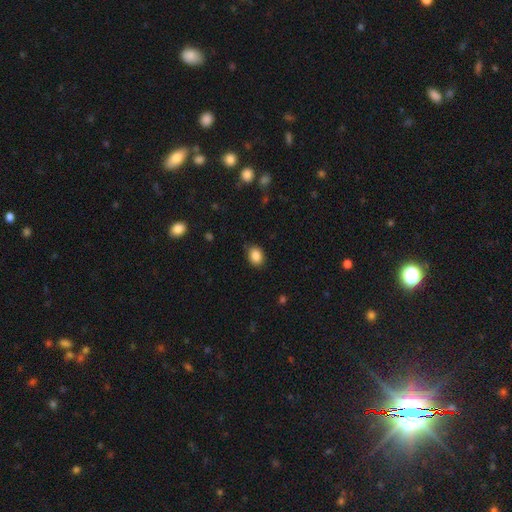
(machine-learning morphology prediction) The model was most divided on "how rounded": in between: 64%, round: 35%, cigar-shaped: 1%. More confident: smooth or featured — smooth (87%); merging — none (82%).